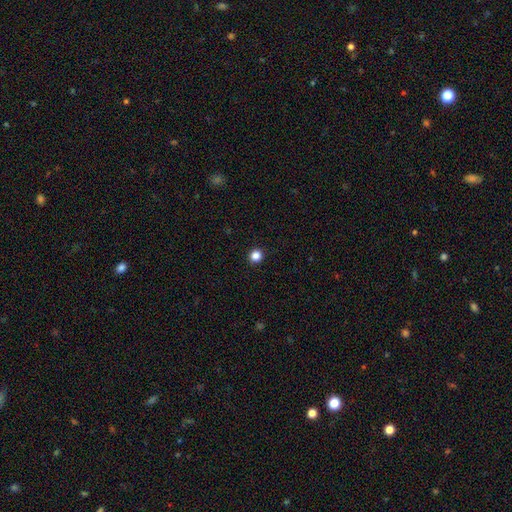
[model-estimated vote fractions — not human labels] Q: Smooth or featured?
A: smooth (85%); runner-up: star or artifact (12%)
Q: How rounded?
A: round (94%); runner-up: in between (5%)
Q: Merging?
A: none (94%); runner-up: minor disturbance (4%)